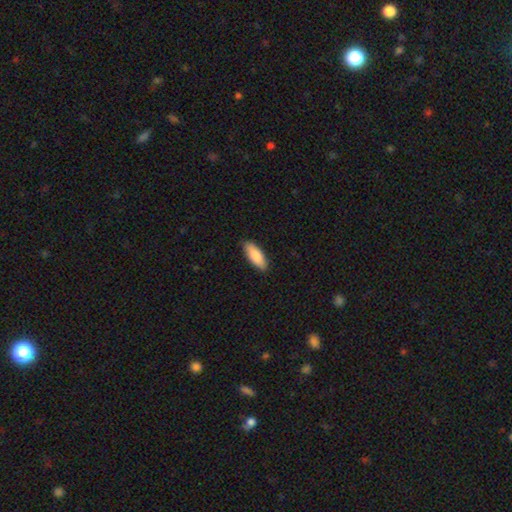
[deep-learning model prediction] smooth 86%, featured or disk 9%, star or artifact 5%. Down the decision tree: how rounded — in between (69%); merging — none (89%).